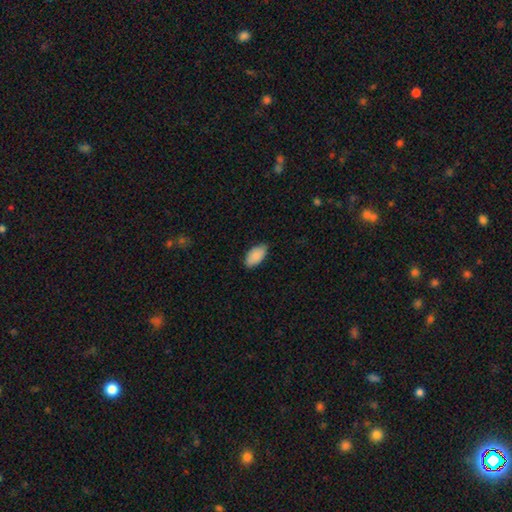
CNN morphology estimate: The model was most divided on "merging": none: 76%, minor disturbance: 20%, major disturbance: 3%, merger: 1%. More confident: how rounded — in between (95%); smooth or featured — smooth (88%).